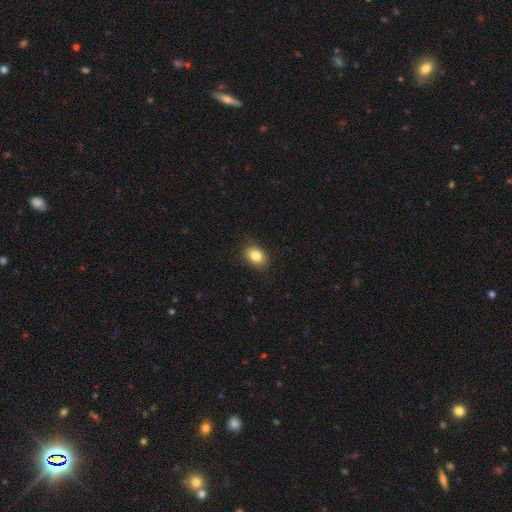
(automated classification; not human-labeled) Smooth or featured?
  - smooth: 83% *
  - star or artifact: 9%
  - featured or disk: 8%
How rounded?
  - in between: 72% *
  - round: 27%
  - cigar-shaped: 1%
Merging?
  - none: 84% *
  - minor disturbance: 13%
  - major disturbance: 3%
  - merger: 1%